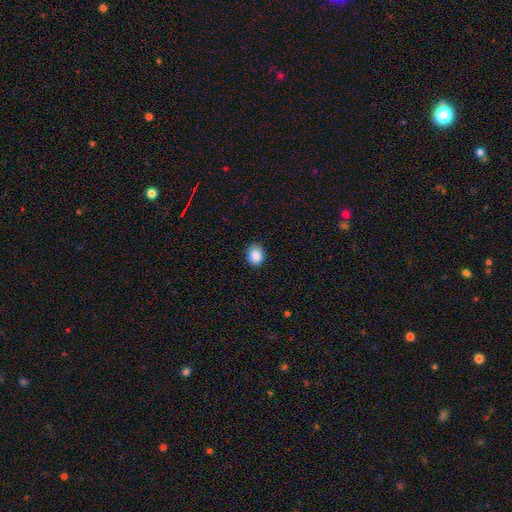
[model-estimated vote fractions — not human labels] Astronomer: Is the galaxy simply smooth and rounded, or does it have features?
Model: smooth — 88%.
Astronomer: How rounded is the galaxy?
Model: round — 66%.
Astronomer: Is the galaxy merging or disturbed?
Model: none — 88%.